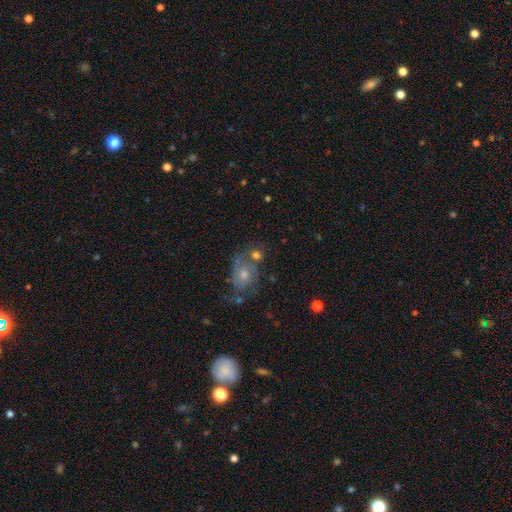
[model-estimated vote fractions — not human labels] Smooth or featured? featured or disk (64%)
Edge-on disk? no (97%)
Bar? no (76%)
Spiral arms? yes (85%)
Spiral winding? medium (47%)
Spiral arm count? 2 (59%)
Bulge size? moderate (55%)
Merging? none (49%)